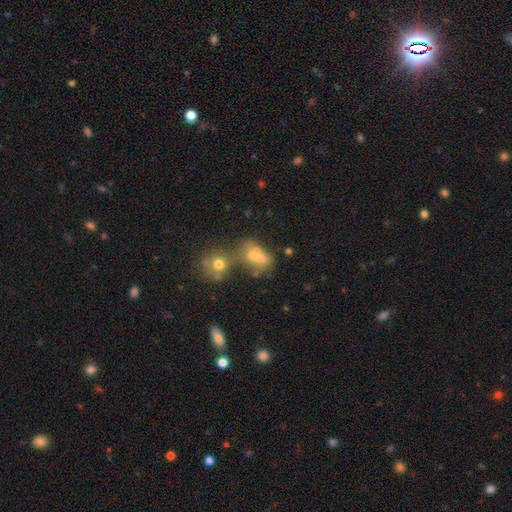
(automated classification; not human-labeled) This is likely a smooth galaxy (63%). How rounded: likely in between (69%). Merging: possibly merger (50%).